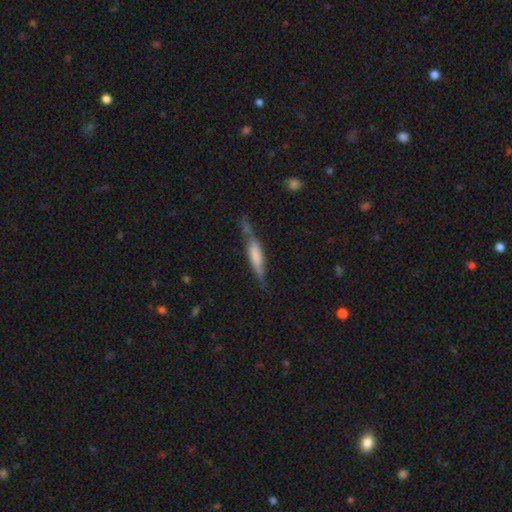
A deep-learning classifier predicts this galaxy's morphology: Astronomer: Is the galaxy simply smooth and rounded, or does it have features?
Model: smooth — 47%, tied with featured or disk at 47%.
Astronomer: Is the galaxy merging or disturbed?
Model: none — 62%.